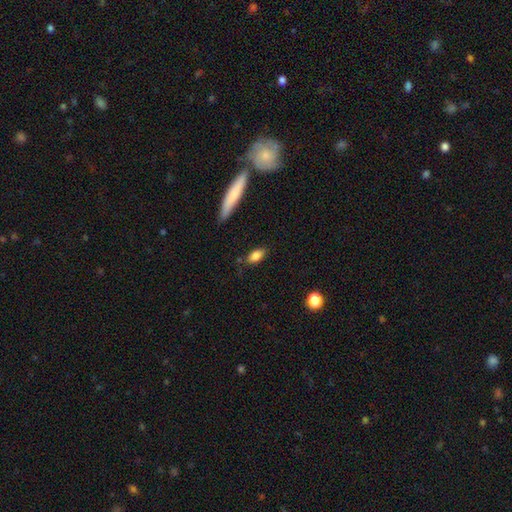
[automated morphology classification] smooth_or_featured: smooth (p=0.83) [alt: featured or disk p=0.09]
how_rounded: in between (p=0.84) [alt: cigar-shaped p=0.12]
merging: none (p=0.77) [alt: minor disturbance p=0.16]